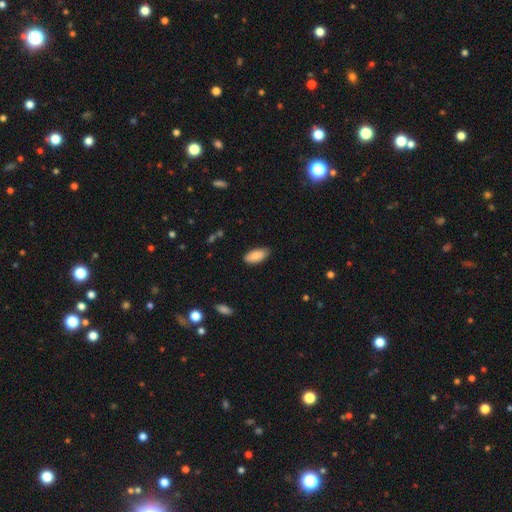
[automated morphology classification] A smooth galaxy with no disk features (88%) that is in between round and cigar-shaped (93%). Merging: none (82%).